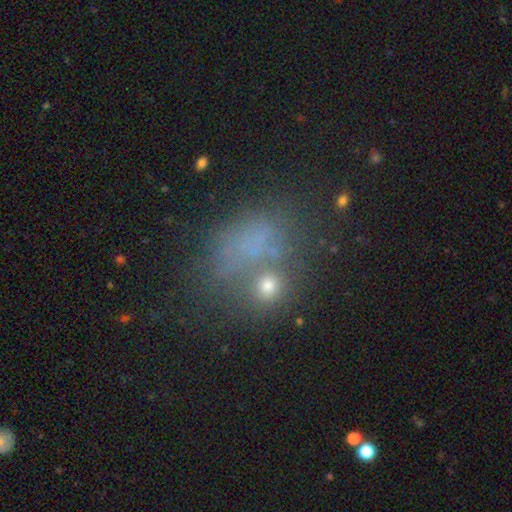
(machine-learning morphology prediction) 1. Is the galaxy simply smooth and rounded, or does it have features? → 52% smooth, 29% star or artifact, 19% featured or disk.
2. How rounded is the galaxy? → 61% in between, 37% round, 3% cigar-shaped.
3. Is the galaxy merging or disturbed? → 44% none, 21% merger, 18% minor disturbance, 16% major disturbance.